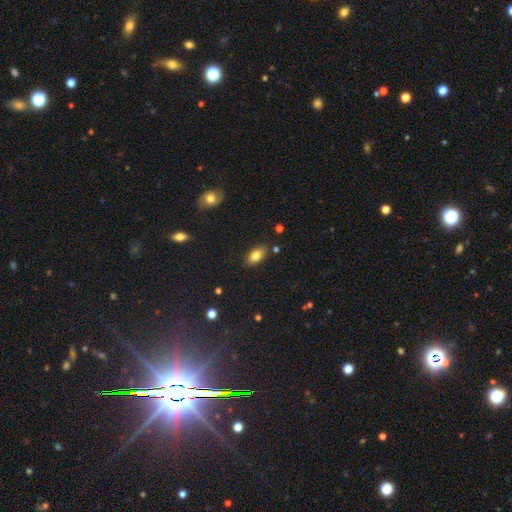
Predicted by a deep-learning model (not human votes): A smooth galaxy with no disk features (79%) that is in between round and cigar-shaped (89%). Merging: none (84%).